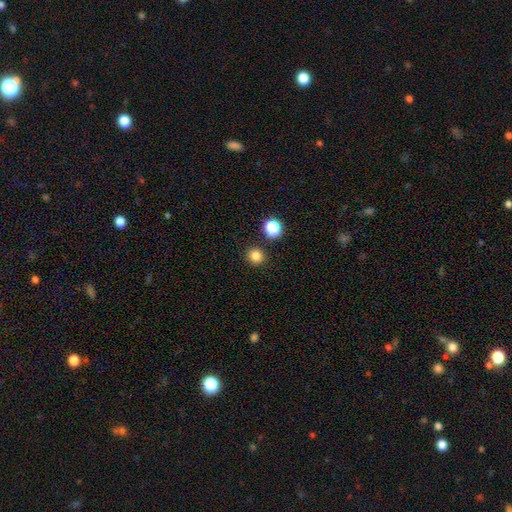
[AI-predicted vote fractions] Smooth or featured?
  - smooth: 82% *
  - star or artifact: 14%
  - featured or disk: 4%
How rounded?
  - round: 92% *
  - in between: 7%
  - cigar-shaped: 1%
Merging?
  - none: 89% *
  - minor disturbance: 6%
  - merger: 4%
  - major disturbance: 2%